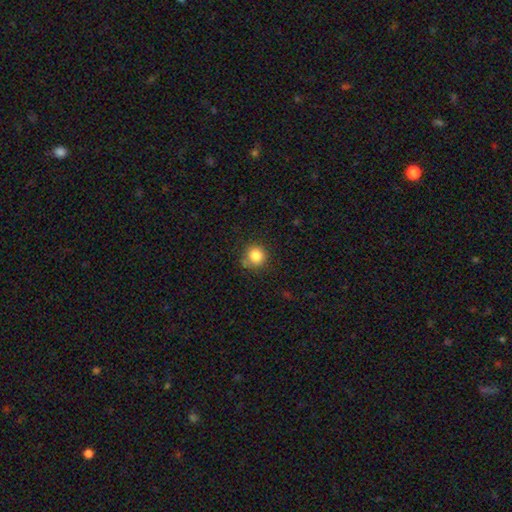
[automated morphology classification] A smooth galaxy with no disk features (84%) that is round (90%).

Vote fractions:
- Smooth or featured? smooth: 84% / star or artifact: 11% / featured or disk: 5%
- How rounded? round: 90% / in between: 9% / cigar-shaped: 1%
- Merging? none: 75% / minor disturbance: 17% / major disturbance: 4% / merger: 4%